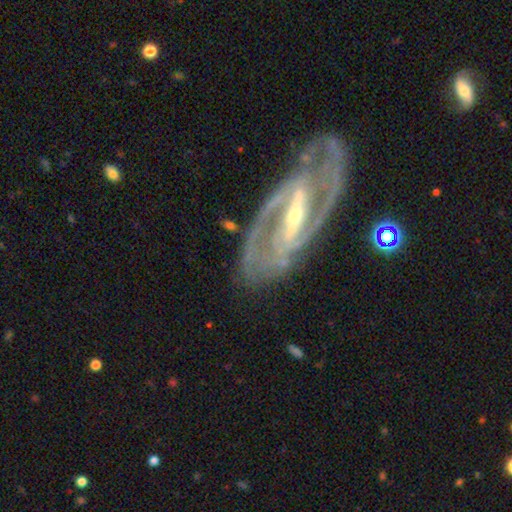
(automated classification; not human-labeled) A featured or disk galaxy (92%) with a strong bar (76%), 2 (88%) medium (50%) spiral arms (97%) and a small central bulge (73%). Merging: none (77%).